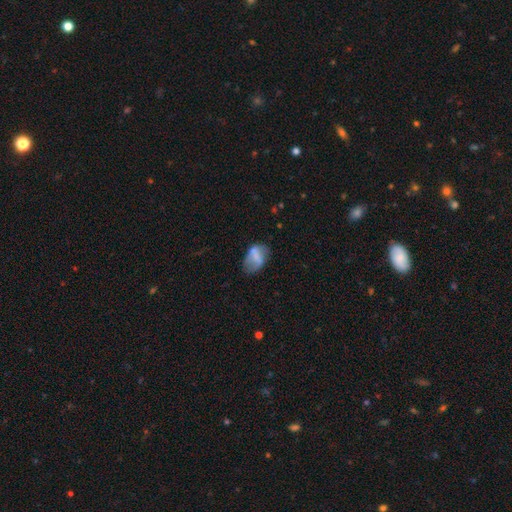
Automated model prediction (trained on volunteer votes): Smooth or featured? Predicted: smooth (p=0.57). How rounded? Predicted: in between (p=0.87). Merging? Predicted: none (p=0.45).